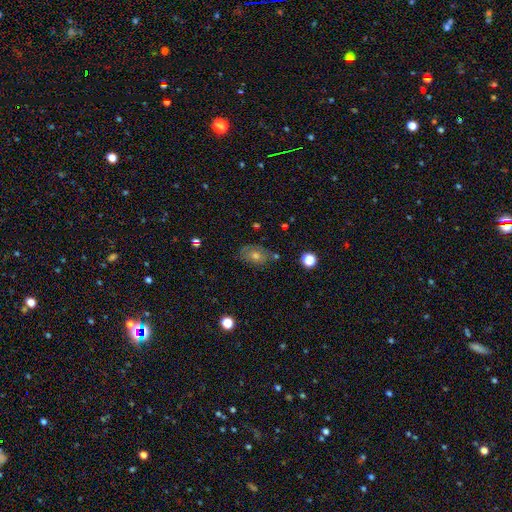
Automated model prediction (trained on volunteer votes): Morphology: type=smooth (48%); merging=none (72%).